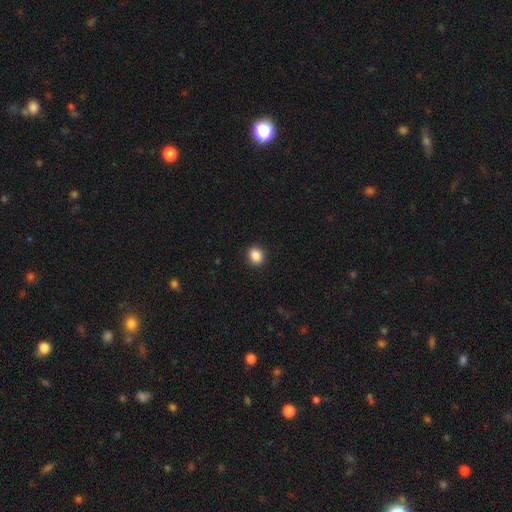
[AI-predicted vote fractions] Smooth or featured: smooth — 88% (star or artifact — 9%)
How rounded: round — 64% (in between — 35%)
Merging: none — 91% (minor disturbance — 6%)